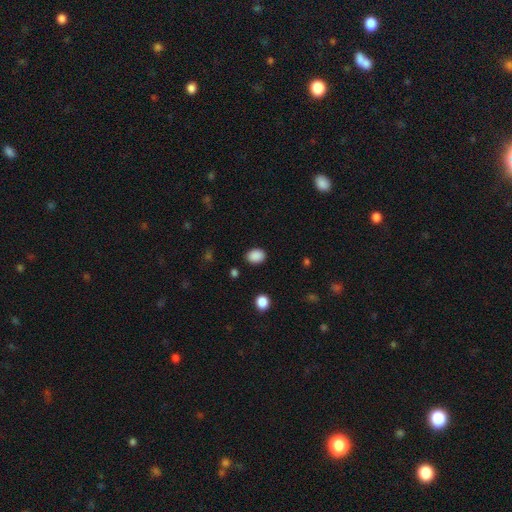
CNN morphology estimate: Smooth or featured? Predicted: smooth (p=0.88). How rounded? Predicted: in between (p=0.63). Merging? Predicted: none (p=0.88).